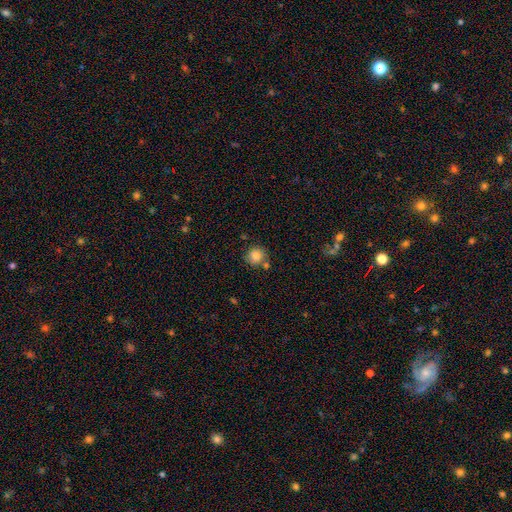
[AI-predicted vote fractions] This appears to be a smooth galaxy with no disk features (82%) that is round (90%). Merging: none (72%).